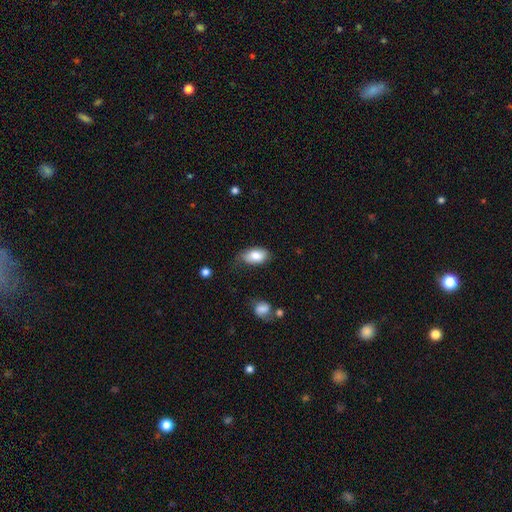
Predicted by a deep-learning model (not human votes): This appears to be a smooth galaxy with no disk features (82%) that is in between round and cigar-shaped (92%). Merging: none (61%).